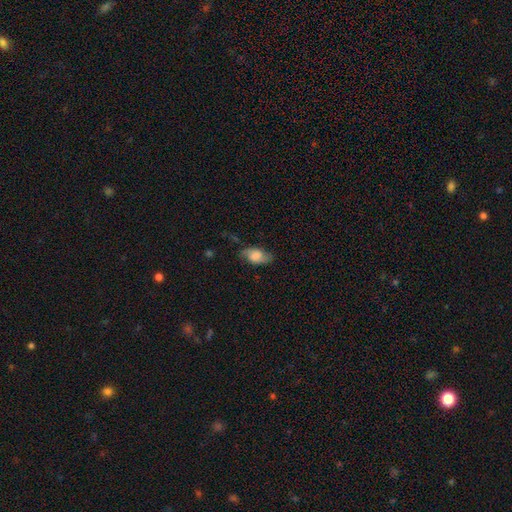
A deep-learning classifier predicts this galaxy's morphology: smooth-or-featured: smooth: 70% | featured or disk: 22% | star or artifact: 8%
  how-rounded: in between: 89% | round: 6% | cigar-shaped: 5%
  merging: none: 65% | minor disturbance: 25% | major disturbance: 8% | merger: 2%